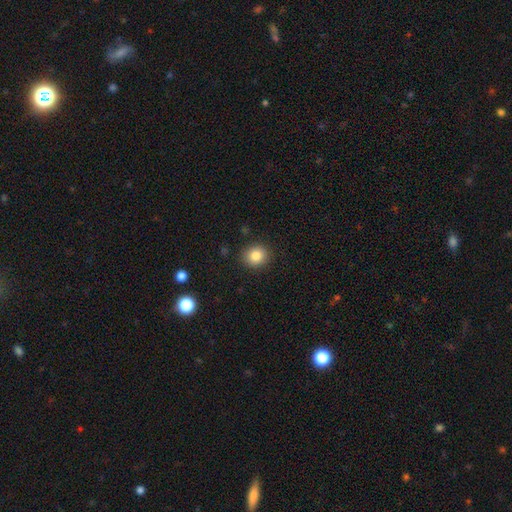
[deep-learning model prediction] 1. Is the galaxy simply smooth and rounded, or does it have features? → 85% smooth, 10% star or artifact, 6% featured or disk.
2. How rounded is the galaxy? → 80% round, 19% in between, 1% cigar-shaped.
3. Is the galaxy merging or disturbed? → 90% none, 7% minor disturbance, 2% major disturbance, 1% merger.